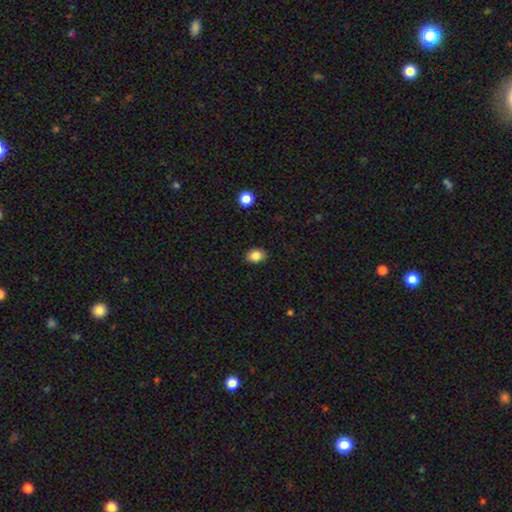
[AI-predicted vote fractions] Morphology: type=smooth (85%); roundness=in between (68%); merging=none (88%).